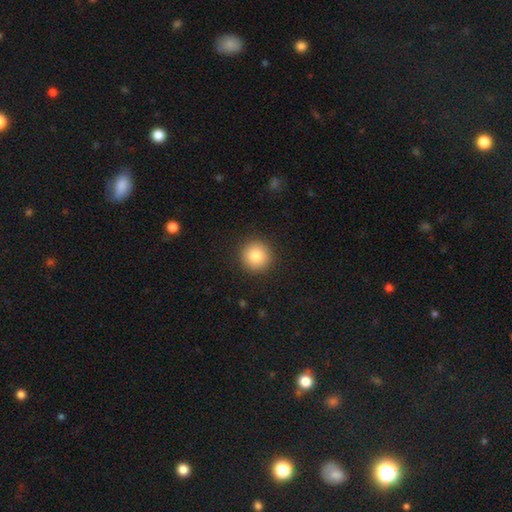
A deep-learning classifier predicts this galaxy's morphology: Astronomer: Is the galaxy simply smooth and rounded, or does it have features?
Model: smooth — 84%.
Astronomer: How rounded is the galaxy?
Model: round — 95%.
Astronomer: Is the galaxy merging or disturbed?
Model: none — 92%.